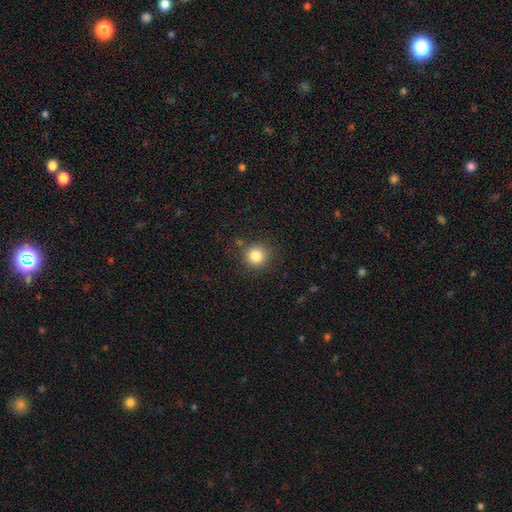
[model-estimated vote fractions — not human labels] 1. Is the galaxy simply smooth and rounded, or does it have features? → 83% smooth, 12% star or artifact, 6% featured or disk.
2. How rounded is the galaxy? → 92% round, 7% in between, 1% cigar-shaped.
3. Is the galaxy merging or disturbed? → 83% none, 10% minor disturbance, 4% merger, 3% major disturbance.